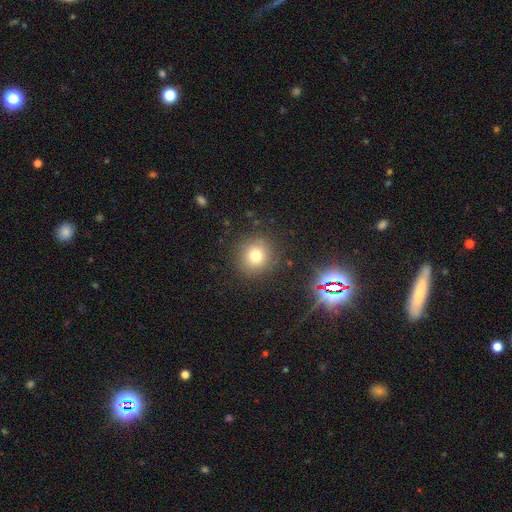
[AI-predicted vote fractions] smooth_or_featured: smooth (p=0.74) [alt: star or artifact p=0.16]
how_rounded: round (p=0.90) [alt: in between p=0.09]
merging: none (p=0.87) [alt: minor disturbance p=0.08]